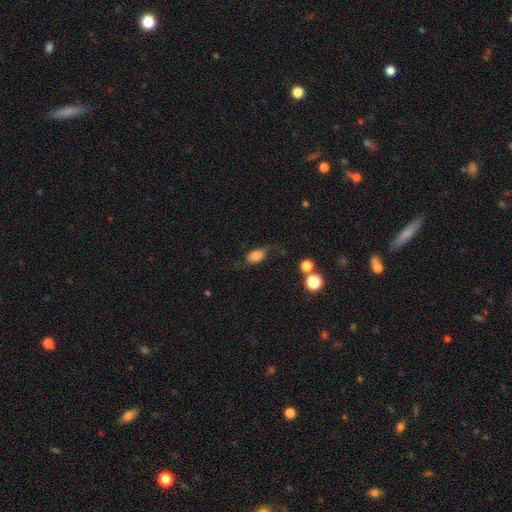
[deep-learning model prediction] Smooth or featured: smooth — 74% (featured or disk — 15%)
How rounded: in between — 85% (round — 11%)
Merging: none — 60% (minor disturbance — 23%)